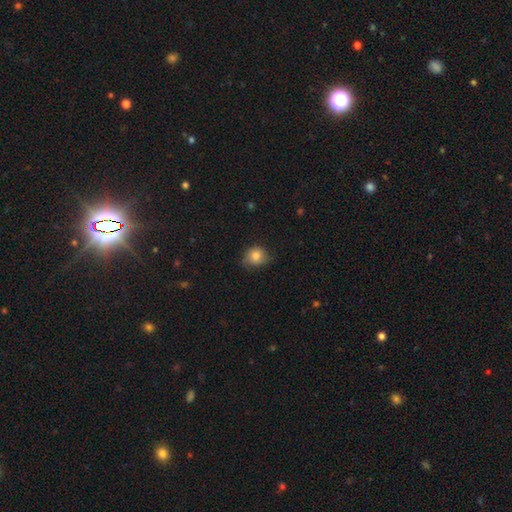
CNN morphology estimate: A smooth galaxy with no disk features (79%) that is round (67%).

Vote fractions:
- Smooth or featured? smooth: 79% / featured or disk: 12% / star or artifact: 9%
- How rounded? round: 67% / in between: 32% / cigar-shaped: 1%
- Merging? none: 61% / minor disturbance: 30% / major disturbance: 8% / merger: 1%